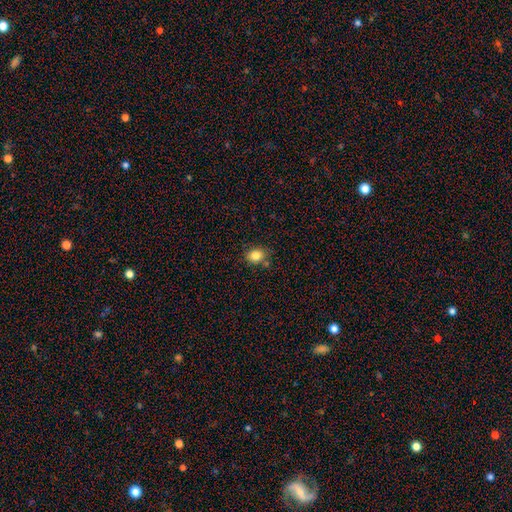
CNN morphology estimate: Smooth or featured: smooth — 83% (star or artifact — 11%)
How rounded: round — 58% (in between — 41%)
Merging: none — 76% (minor disturbance — 14%)